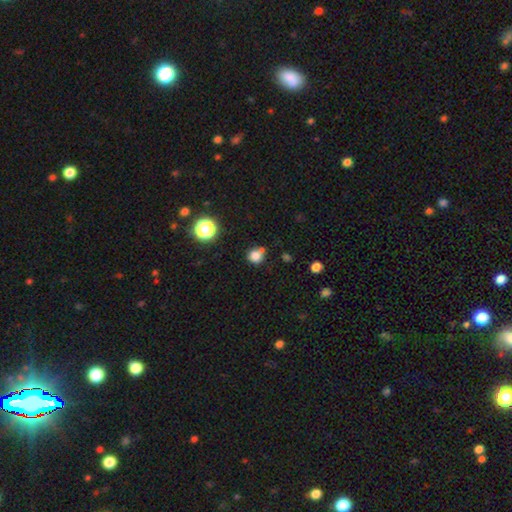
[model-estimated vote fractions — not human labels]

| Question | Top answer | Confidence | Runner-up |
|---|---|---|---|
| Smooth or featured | smooth | 80% | star or artifact (14%) |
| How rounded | round | 88% | in between (11%) |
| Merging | none | 62% | minor disturbance (17%) |